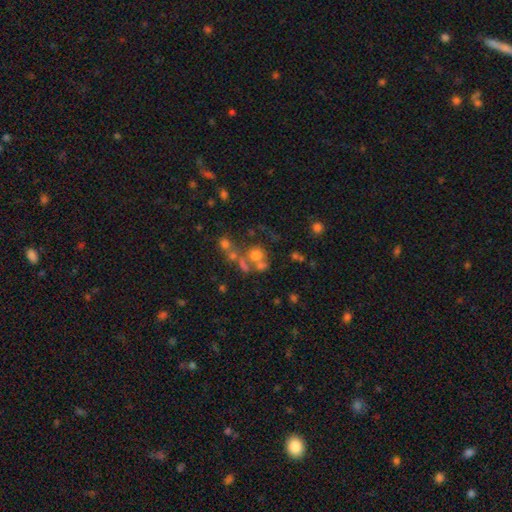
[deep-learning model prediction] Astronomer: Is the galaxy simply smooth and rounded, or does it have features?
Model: smooth — 57%.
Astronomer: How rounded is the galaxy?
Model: round — 81%.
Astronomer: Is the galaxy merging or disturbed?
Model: none — 41% (runner-up: merger, 38%).